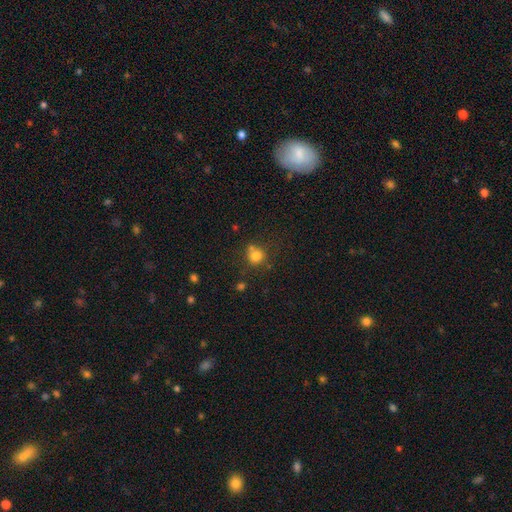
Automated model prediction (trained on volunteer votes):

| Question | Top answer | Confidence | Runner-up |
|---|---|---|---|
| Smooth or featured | smooth | 77% | star or artifact (13%) |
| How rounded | round | 78% | in between (21%) |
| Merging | none | 55% | minor disturbance (20%) |